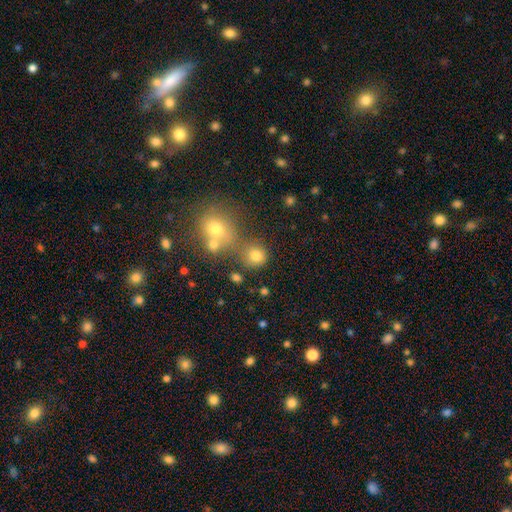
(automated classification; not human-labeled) A smooth galaxy with no disk features (77%) that is round (85%). Merging: none (61%).